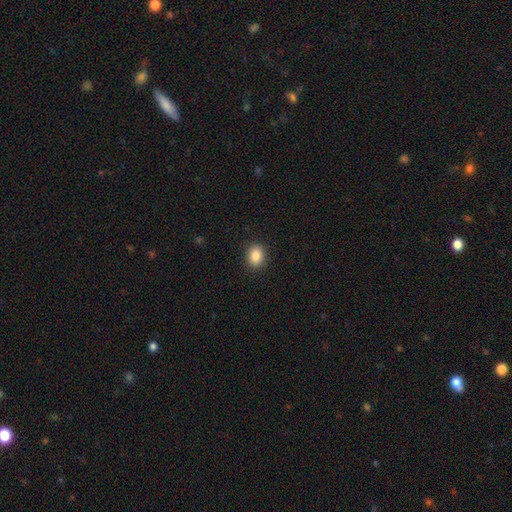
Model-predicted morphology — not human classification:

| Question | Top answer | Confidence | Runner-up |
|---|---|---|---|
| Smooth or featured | smooth | 88% | star or artifact (9%) |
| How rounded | in between | 58% | round (40%) |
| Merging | none | 90% | minor disturbance (7%) |